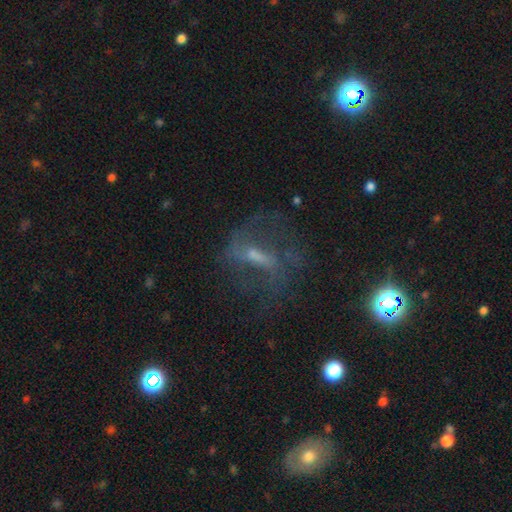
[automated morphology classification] This appears to be a featured or disk galaxy (68%) with a weak bar (41%), spiral arms (70%) and a small central bulge (43%). Merging: none (53%).